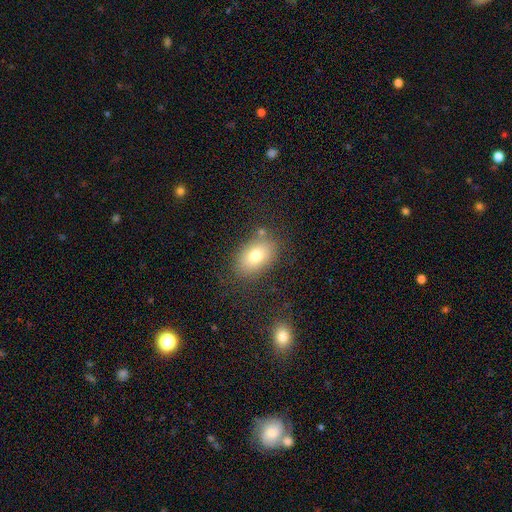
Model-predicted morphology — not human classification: smooth_or_featured: smooth (p=0.77) [alt: featured or disk p=0.14]
how_rounded: in between (p=0.83) [alt: round p=0.15]
merging: none (p=0.77) [alt: minor disturbance p=0.13]